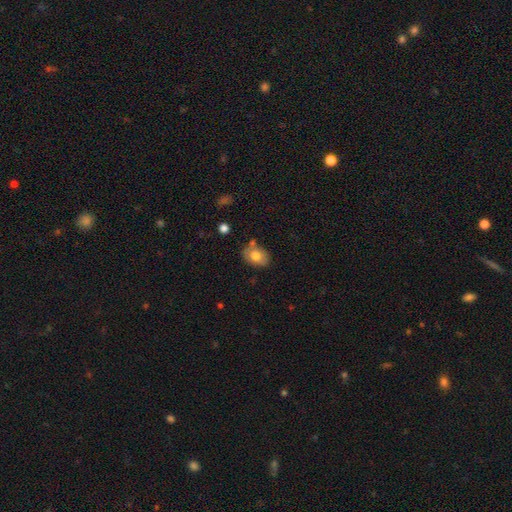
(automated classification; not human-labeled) Morphology: type=smooth (76%); roundness=in between (76%); merging=none (72%).